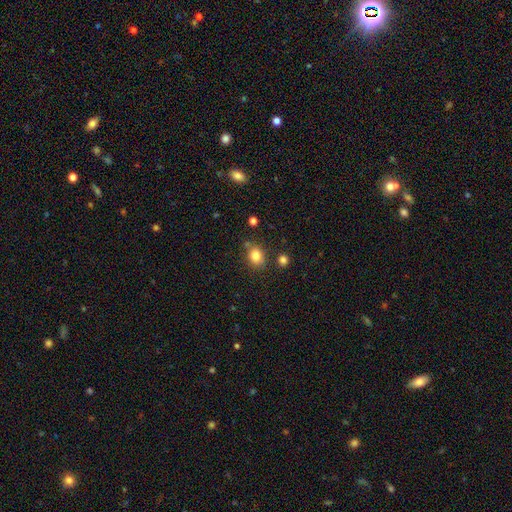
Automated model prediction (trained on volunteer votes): Morphology: type=smooth (82%); roundness=round (60%); merging=none (74%).